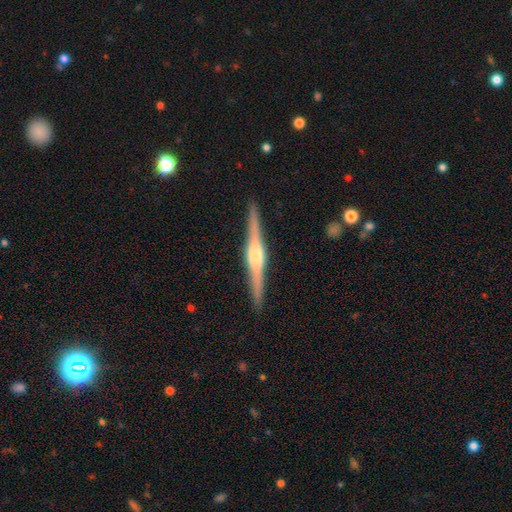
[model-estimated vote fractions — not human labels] featured or disk 80%, smooth 15%, star or artifact 5%. Down the decision tree: edge-on disk — yes (98%); edge-on bulge — rounded (73%); merging — none (89%).